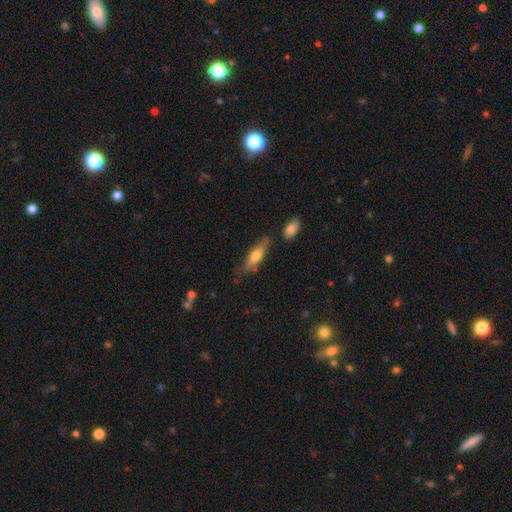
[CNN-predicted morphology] Smooth or featured?
  - smooth: 65% *
  - featured or disk: 28%
  - star or artifact: 6%
How rounded?
  - cigar-shaped: 51% *
  - in between: 46%
  - round: 2%
Merging?
  - none: 72% *
  - minor disturbance: 18%
  - merger: 6%
  - major disturbance: 4%